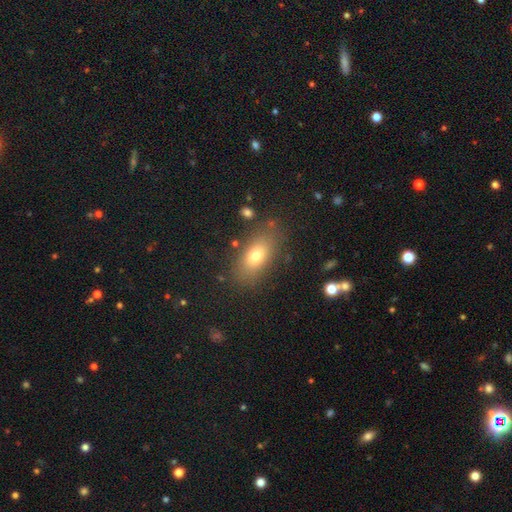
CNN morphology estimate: A smooth galaxy with no disk features (73%) that is in between round and cigar-shaped (84%).

Vote fractions:
- Smooth or featured? smooth: 73% / featured or disk: 17% / star or artifact: 10%
- How rounded? in between: 84% / round: 9% / cigar-shaped: 7%
- Merging? none: 81% / minor disturbance: 12% / major disturbance: 5% / merger: 3%